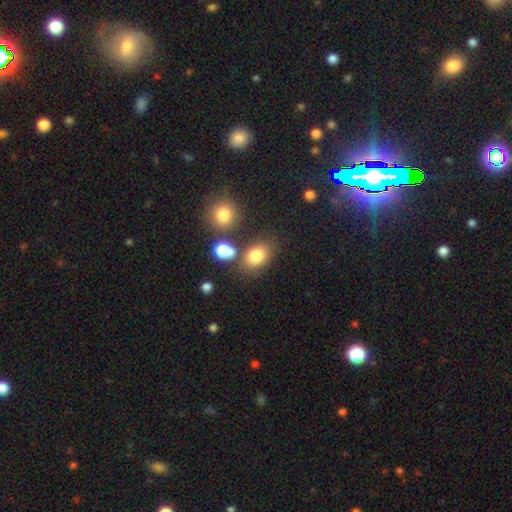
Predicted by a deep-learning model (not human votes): This appears to be a smooth galaxy with no disk features (78%) that is in between round and cigar-shaped (67%). Merging: none (68%).